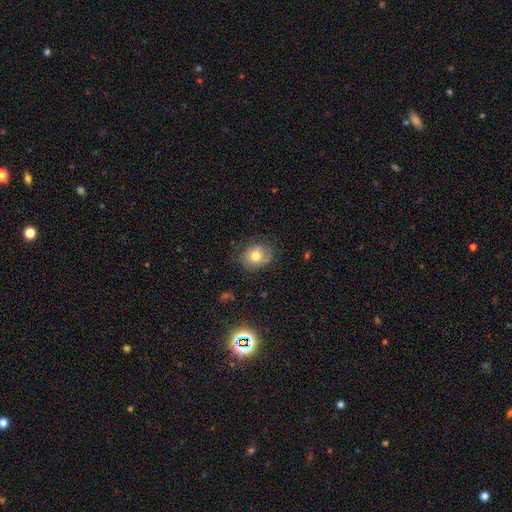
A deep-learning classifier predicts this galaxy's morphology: Smooth or featured? Predicted: smooth (p=0.72). How rounded? Predicted: round (p=0.65). Merging? Predicted: none (p=0.72).